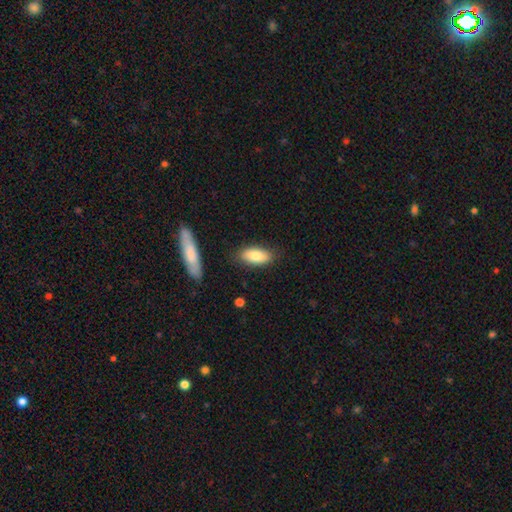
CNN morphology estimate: A smooth galaxy with no disk features (81%) that is in between round and cigar-shaped (86%). Merging: none (82%).